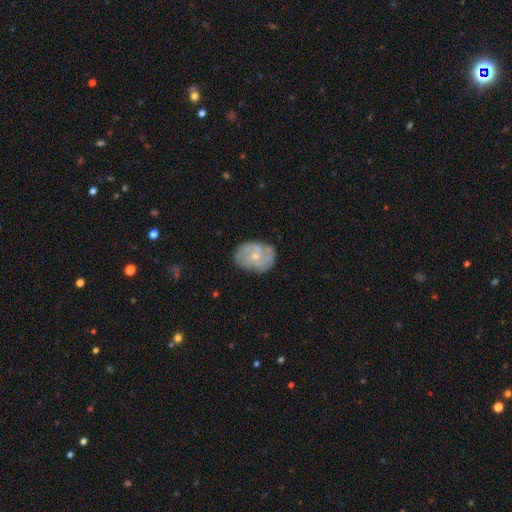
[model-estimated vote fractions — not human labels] Overall: featured or disk (67%). Edge-on disk: no (97%). Bar: no (72%). Spiral arms: yes (76%). Bulge size: small (62%; moderate 32%). Merging: none (67%).